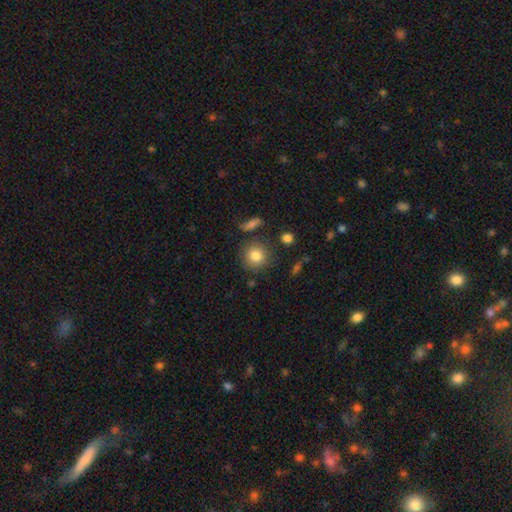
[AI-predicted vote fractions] smooth_or_featured: smooth (p=0.82) [alt: star or artifact p=0.10]
how_rounded: round (p=0.90) [alt: in between p=0.09]
merging: none (p=0.82) [alt: minor disturbance p=0.10]